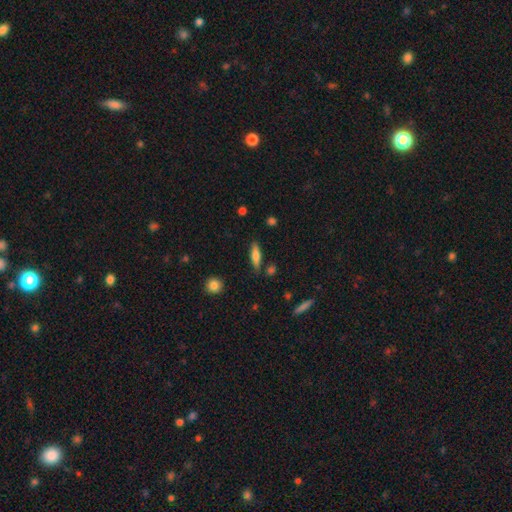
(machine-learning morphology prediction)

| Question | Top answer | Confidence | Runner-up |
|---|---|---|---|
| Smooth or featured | smooth | 68% | featured or disk (24%) |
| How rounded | cigar-shaped | 63% | in between (35%) |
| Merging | none | 80% | minor disturbance (13%) |